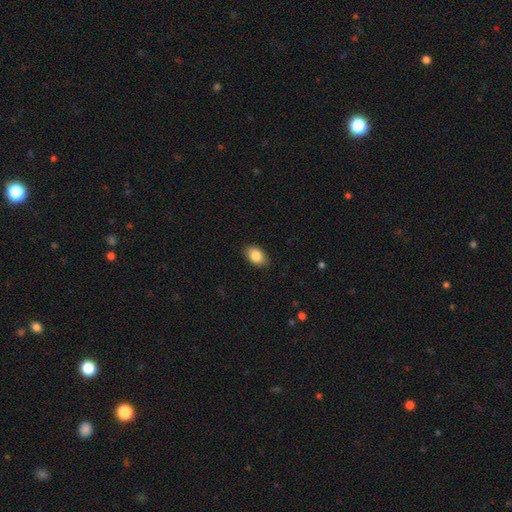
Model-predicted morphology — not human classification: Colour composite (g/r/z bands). It shows a smooth galaxy with no disk features (86%) that is in between round and cigar-shaped (89%). Merging: none (87%).